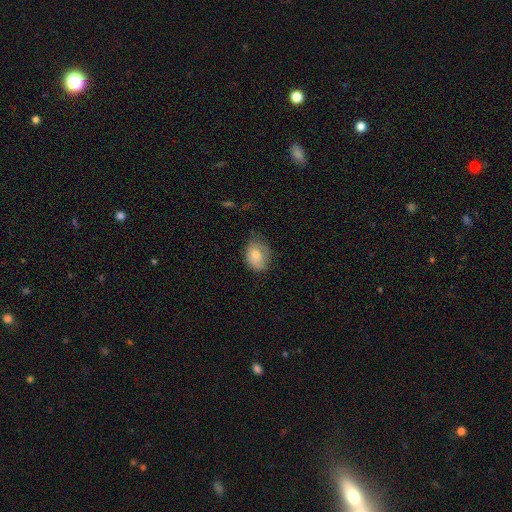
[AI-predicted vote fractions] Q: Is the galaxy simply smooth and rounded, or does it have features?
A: smooth — 78%.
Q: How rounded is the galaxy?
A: in between — 72%.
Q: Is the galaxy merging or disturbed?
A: none — 55%.